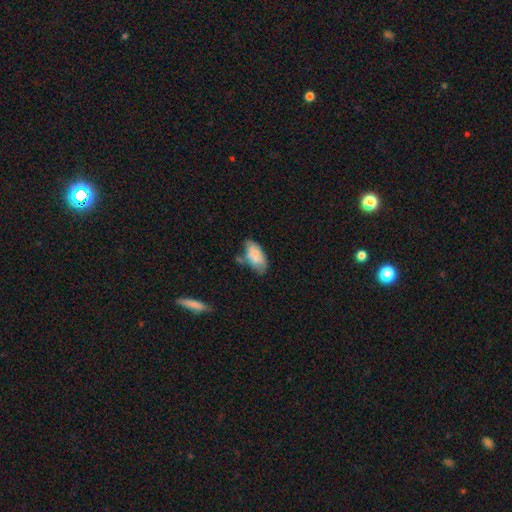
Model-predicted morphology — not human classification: Smooth or featured?
  - smooth: 73% *
  - featured or disk: 20%
  - star or artifact: 8%
How rounded?
  - in between: 93% *
  - cigar-shaped: 4%
  - round: 3%
Merging?
  - none: 42% *
  - minor disturbance: 32%
  - merger: 14%
  - major disturbance: 12%